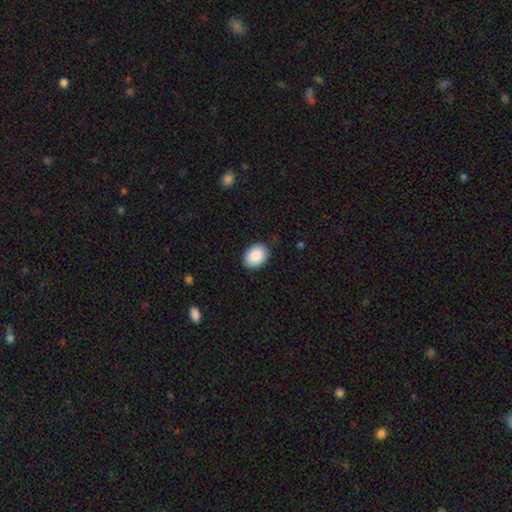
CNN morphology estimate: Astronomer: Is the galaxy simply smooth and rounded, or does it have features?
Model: smooth — 89%.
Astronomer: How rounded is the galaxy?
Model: in between — 73%.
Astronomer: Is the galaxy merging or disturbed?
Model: none — 88%.